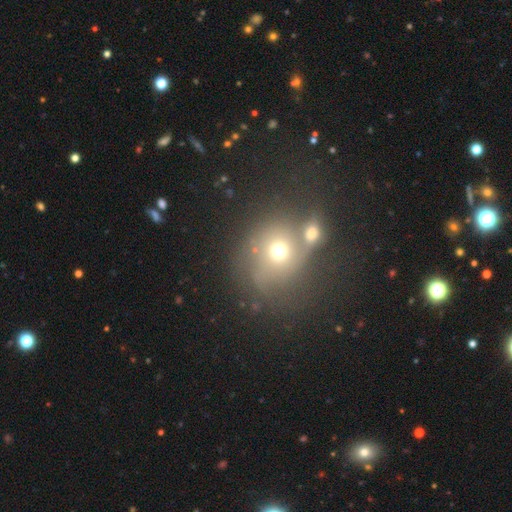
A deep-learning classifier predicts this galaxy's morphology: This is possibly a smooth galaxy (52%). How rounded: clearly round (80%). Merging: possibly none (57%).